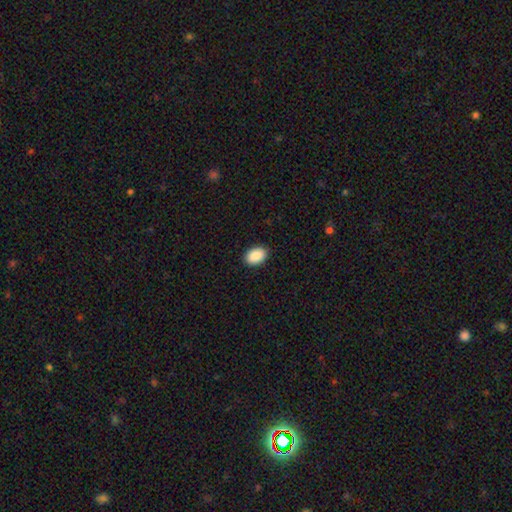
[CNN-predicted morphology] smooth 91%, star or artifact 7%, featured or disk 3%. Down the decision tree: how rounded — in between (87%); merging — none (90%).